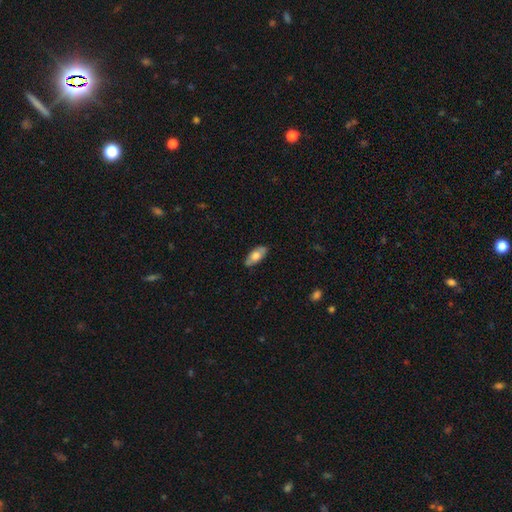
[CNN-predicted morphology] Overall: smooth (68%). How rounded: in between (86%). Merging: none (83%).